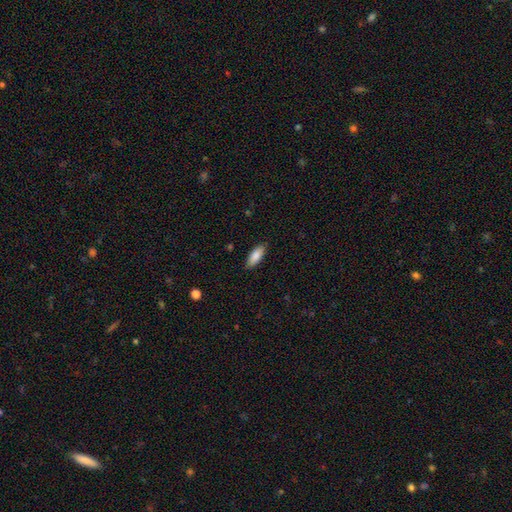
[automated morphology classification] A smooth galaxy with no disk features (85%) that is in between round and cigar-shaped (70%). Merging: none (86%).